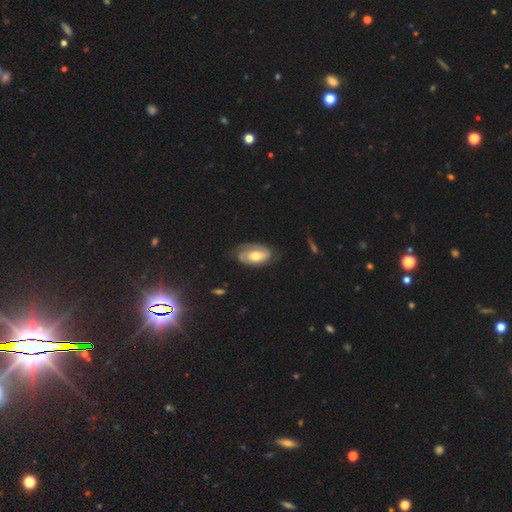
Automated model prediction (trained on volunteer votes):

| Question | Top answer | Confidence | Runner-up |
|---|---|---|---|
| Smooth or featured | featured or disk | 62% | smooth (32%) |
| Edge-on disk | no | 94% | yes (6%) |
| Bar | no | 64% | weak (27%) |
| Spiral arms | yes | 83% | no (17%) |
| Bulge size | moderate | 68% | small (18%) |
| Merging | none | 66% | minor disturbance (23%) |